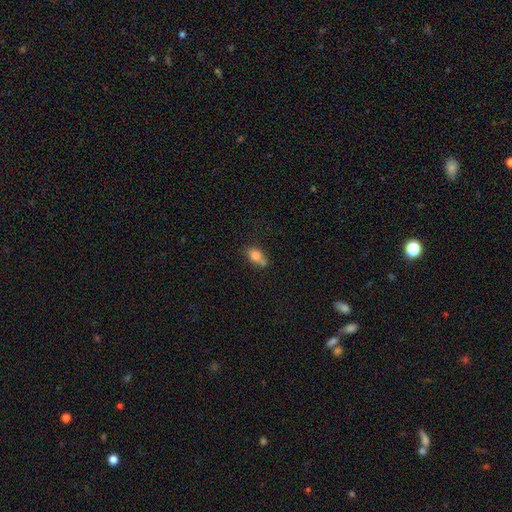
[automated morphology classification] smooth_or_featured: smooth (p=0.78) [alt: featured or disk p=0.12]
how_rounded: in between (p=0.79) [alt: round p=0.15]
merging: none (p=0.42) [alt: minor disturbance p=0.27]